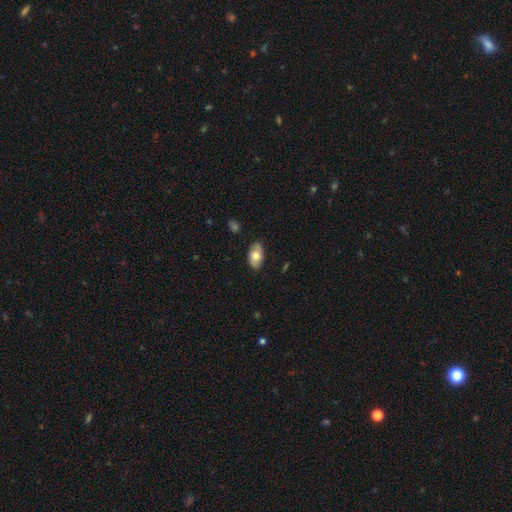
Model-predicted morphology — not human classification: A smooth galaxy with no disk features (68%) that is in between round and cigar-shaped (93%).

Vote fractions:
- Smooth or featured? smooth: 68% / featured or disk: 26% / star or artifact: 6%
- How rounded? in between: 93% / round: 5% / cigar-shaped: 2%
- Merging? none: 84% / minor disturbance: 12% / major disturbance: 2% / merger: 1%